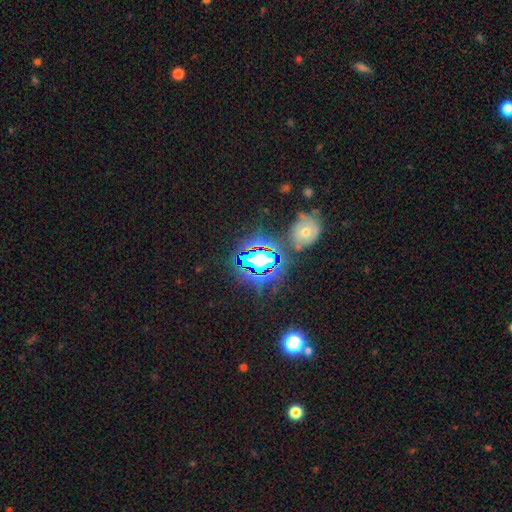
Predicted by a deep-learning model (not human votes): Smooth or featured? Predicted: star or artifact (p=0.75).